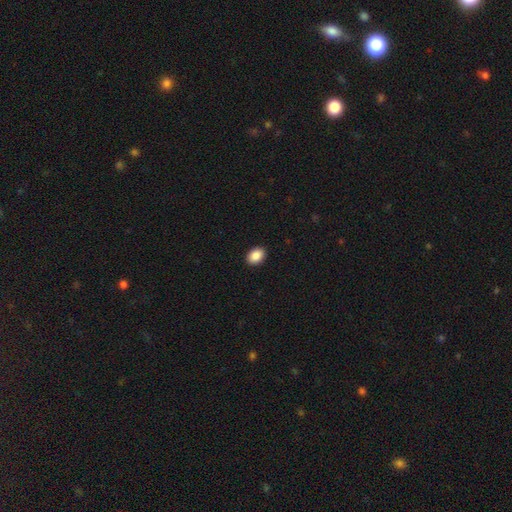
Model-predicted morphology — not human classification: Smooth or featured: smooth — 89% (star or artifact — 8%)
How rounded: in between — 76% (round — 23%)
Merging: none — 92% (minor disturbance — 6%)